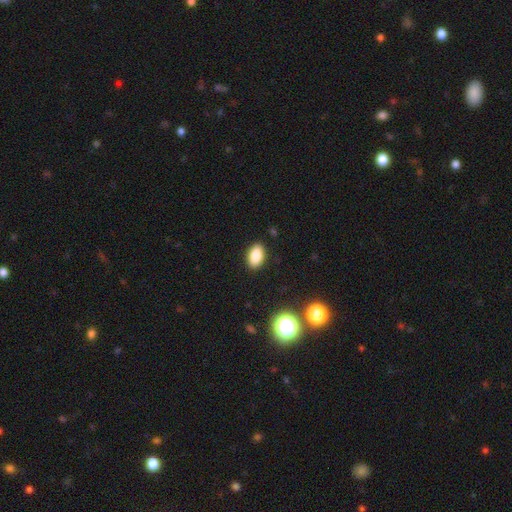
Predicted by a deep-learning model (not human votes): This is clearly a smooth galaxy (83%). How rounded: clearly in between (91%). Merging: clearly none (89%).